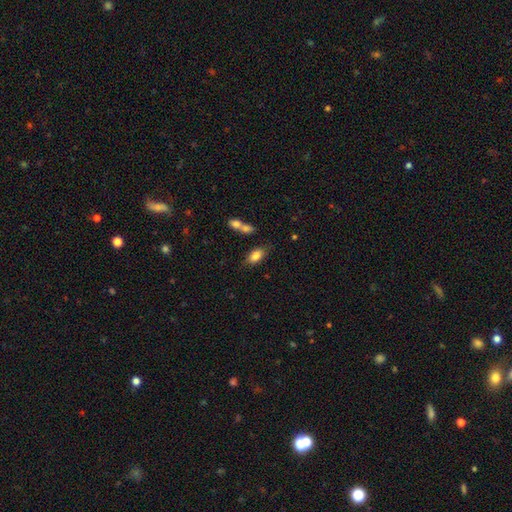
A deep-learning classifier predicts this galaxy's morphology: The model was most divided on "merging": none: 67%, minor disturbance: 15%, merger: 13%, major disturbance: 5%. More confident: how rounded — in between (89%); smooth or featured — smooth (83%).